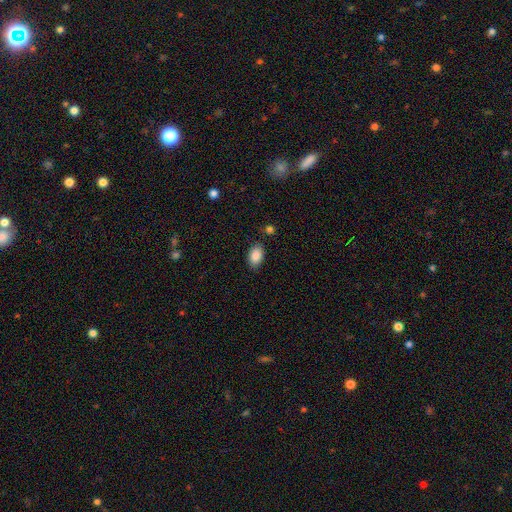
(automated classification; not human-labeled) Smooth or featured: smooth — 87% (star or artifact — 7%)
How rounded: in between — 91% (round — 8%)
Merging: none — 84% (minor disturbance — 11%)